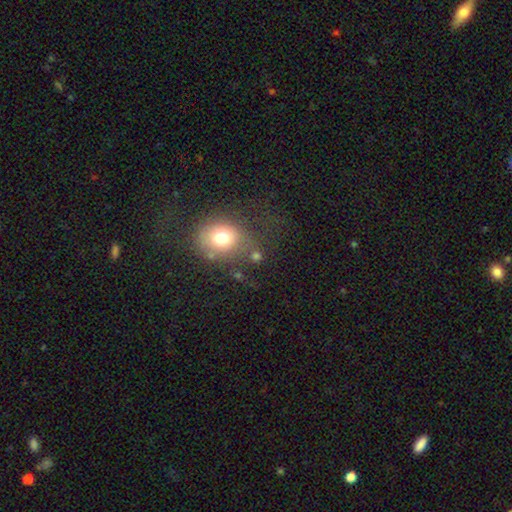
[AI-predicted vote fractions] This is likely a smooth galaxy (71%). How rounded: likely round (65%). Merging: possibly none (57%).